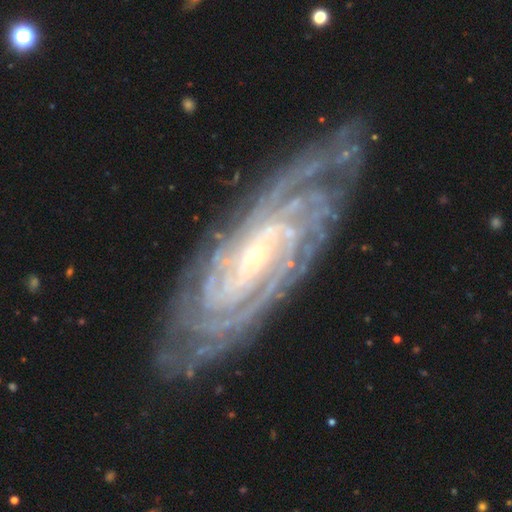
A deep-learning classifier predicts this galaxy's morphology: A featured or disk galaxy (91%) with no bar (56%), more than 4 (24%) tight (83%) spiral arms (98%) and a small central bulge (81%). Merging: none (80%).